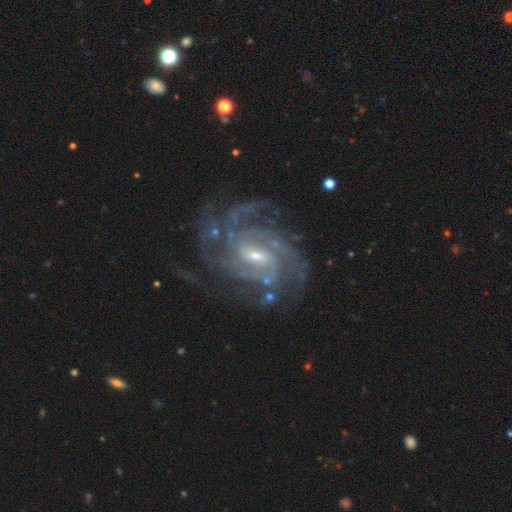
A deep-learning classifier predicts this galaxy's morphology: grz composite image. It shows a featured or disk galaxy (91%) with a weak bar (55%), 4 (32%) tight (62%) spiral arms (98%) and a small central bulge (59%). Merging: none (75%).